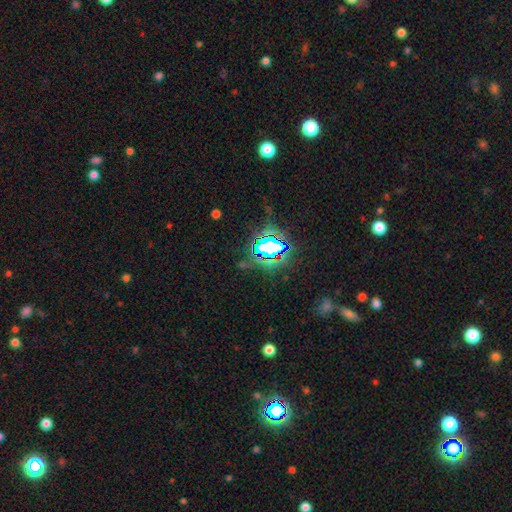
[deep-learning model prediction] smooth-or-featured: star or artifact: 80% | smooth: 12% | featured or disk: 8%